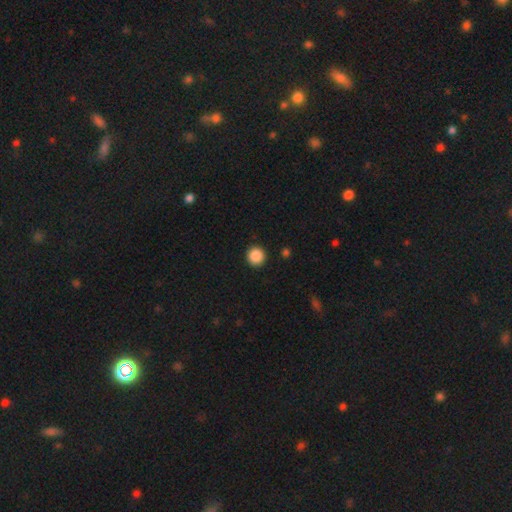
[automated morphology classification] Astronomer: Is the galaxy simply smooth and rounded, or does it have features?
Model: smooth — 88%.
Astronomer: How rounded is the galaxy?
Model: round — 95%.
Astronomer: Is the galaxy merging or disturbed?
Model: none — 93%.